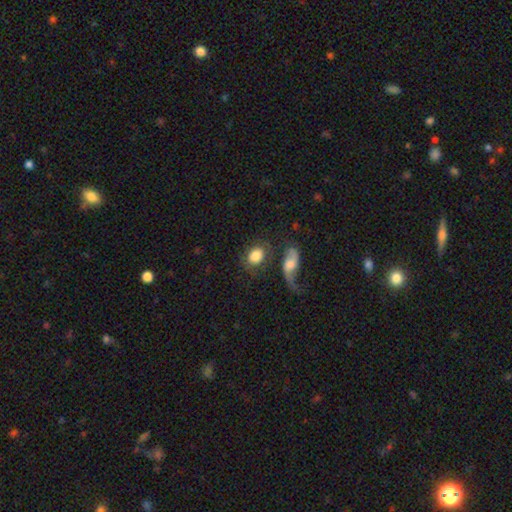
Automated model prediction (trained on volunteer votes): smooth_or_featured: smooth (p=0.75) [alt: featured or disk p=0.17]
how_rounded: in between (p=0.56) [alt: round p=0.43]
merging: none (p=0.52) [alt: merger p=0.20]